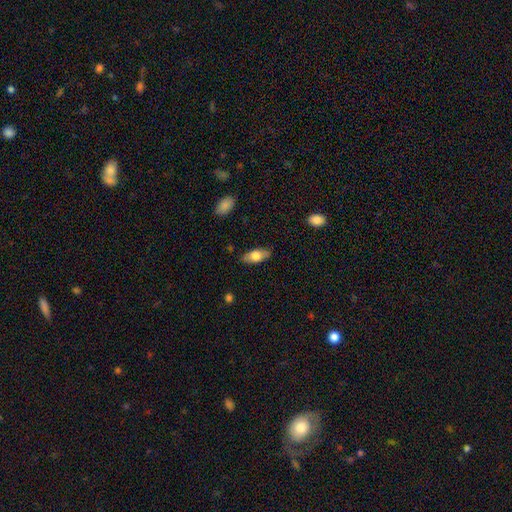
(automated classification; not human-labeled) This is likely a smooth galaxy (70%). How rounded: clearly in between (84%). Merging: clearly none (84%).